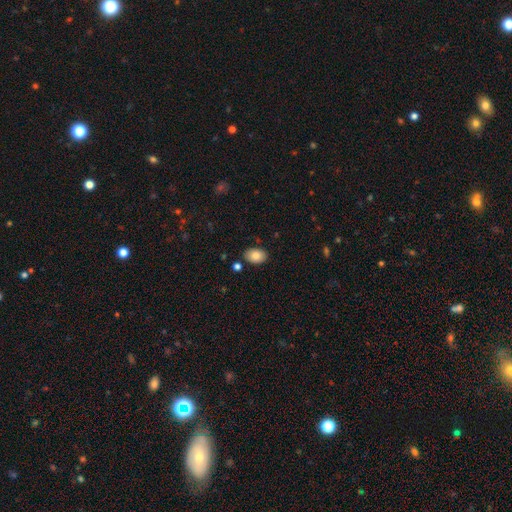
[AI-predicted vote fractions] smooth 85%, featured or disk 8%, star or artifact 7%. Down the decision tree: how rounded — in between (86%); merging — none (85%).